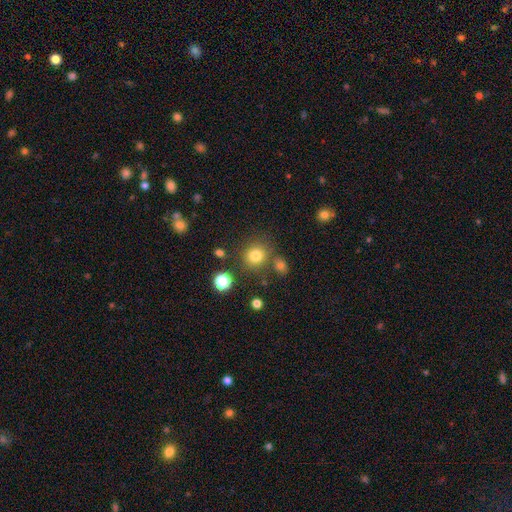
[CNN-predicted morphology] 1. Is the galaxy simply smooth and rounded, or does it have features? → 78% smooth, 14% star or artifact, 7% featured or disk.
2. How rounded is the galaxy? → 84% round, 15% in between, 1% cigar-shaped.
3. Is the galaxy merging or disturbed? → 75% none, 11% minor disturbance, 10% merger, 4% major disturbance.